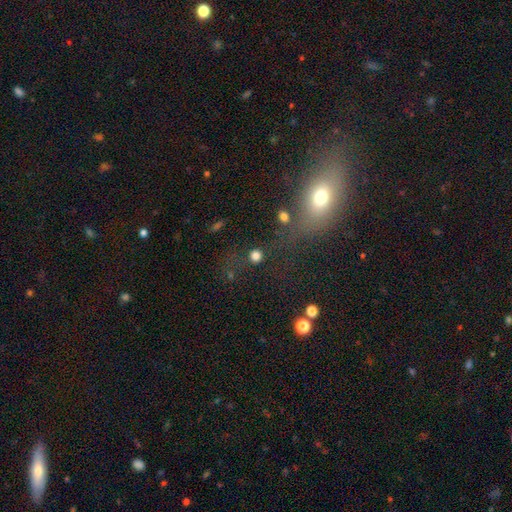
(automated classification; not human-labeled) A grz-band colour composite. It shows a smooth galaxy with no disk features (78%) that is round (89%). Merging: none (75%).